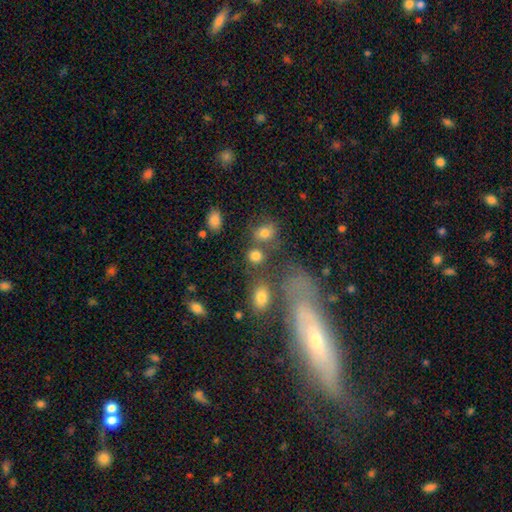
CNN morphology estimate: Smooth or featured: smooth — 79% (star or artifact — 12%)
How rounded: round — 69% (in between — 29%)
Merging: none — 61% (merger — 19%)